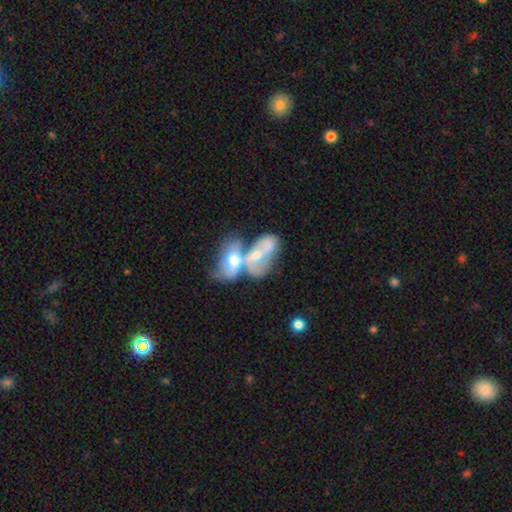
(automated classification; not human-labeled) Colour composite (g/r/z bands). It shows a featured or disk galaxy (58%) with no bar (68%), no spiral arms (57%) and a moderate central bulge (56%). Merging: merger (76%).